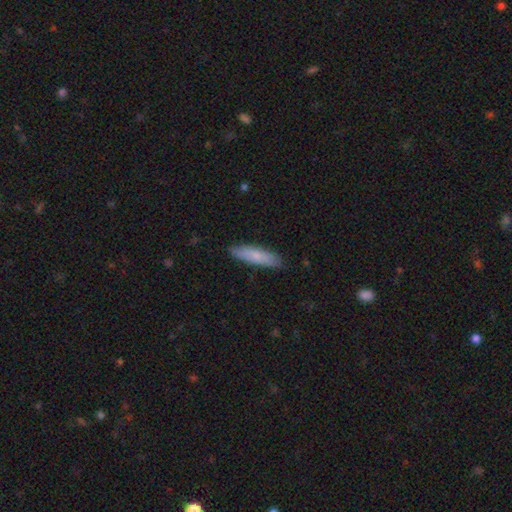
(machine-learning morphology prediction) smooth 75%, featured or disk 20%, star or artifact 5%. Down the decision tree: how rounded — cigar-shaped (74%); merging — none (87%).